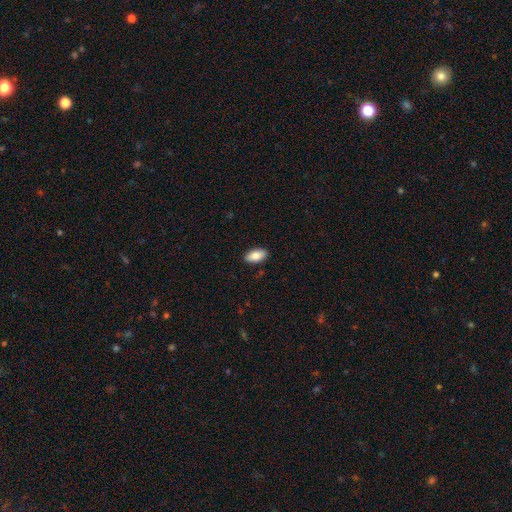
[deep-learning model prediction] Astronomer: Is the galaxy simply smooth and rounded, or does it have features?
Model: smooth — 86%.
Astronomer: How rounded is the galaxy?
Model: in between — 94%.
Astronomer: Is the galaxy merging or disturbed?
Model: none — 89%.